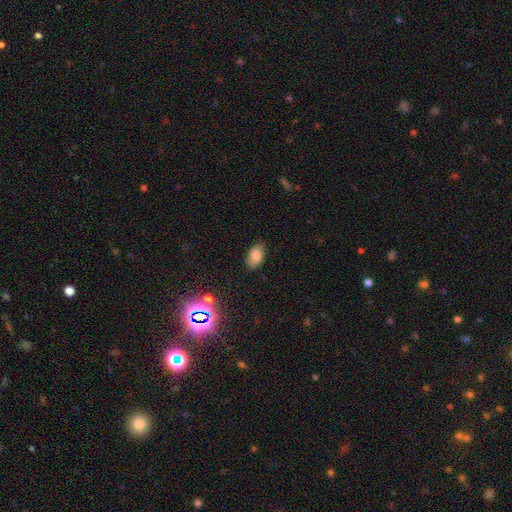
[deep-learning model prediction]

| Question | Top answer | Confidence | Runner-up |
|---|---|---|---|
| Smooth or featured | smooth | 78% | star or artifact (12%) |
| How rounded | in between | 92% | round (6%) |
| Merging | none | 81% | minor disturbance (15%) |